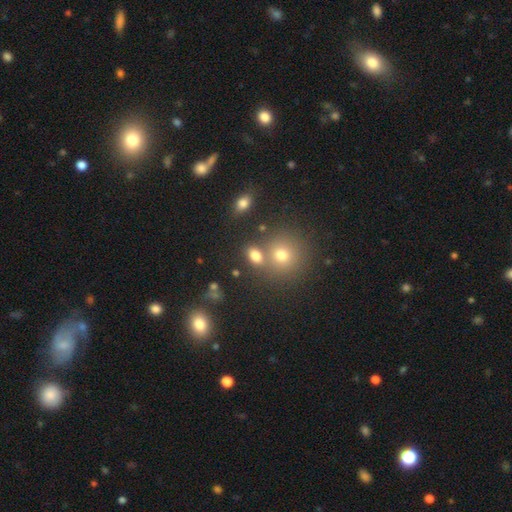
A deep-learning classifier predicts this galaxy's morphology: smooth-or-featured: smooth: 75% | star or artifact: 15% | featured or disk: 10%
  how-rounded: in between: 65% | round: 33% | cigar-shaped: 2%
  merging: none: 59% | merger: 26% | minor disturbance: 11% | major disturbance: 5%